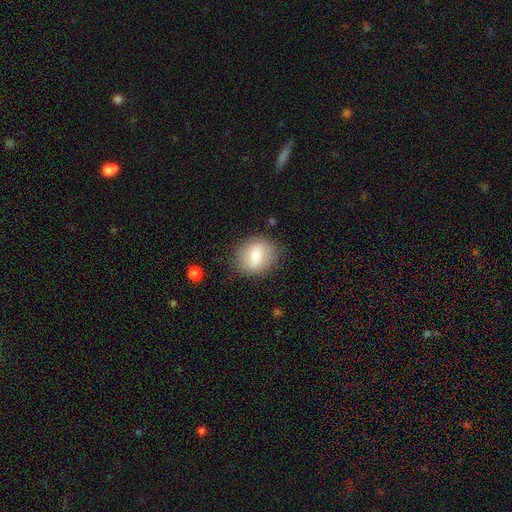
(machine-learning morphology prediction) Smooth or featured? Predicted: smooth (p=0.68). How rounded? Predicted: round (p=0.66). Merging? Predicted: none (p=0.82).